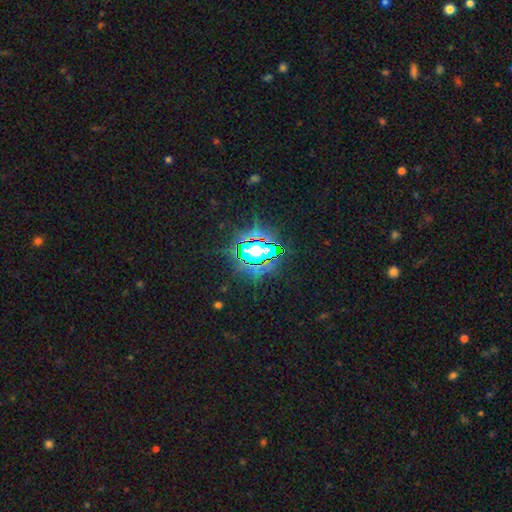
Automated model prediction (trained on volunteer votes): Q: Smooth or featured?
A: star or artifact (83%); runner-up: smooth (10%)